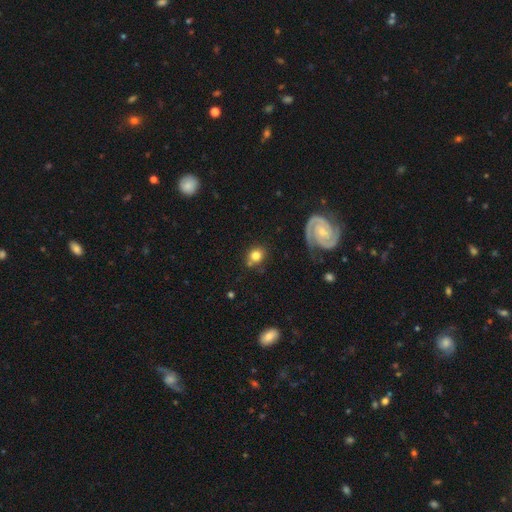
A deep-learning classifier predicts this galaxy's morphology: A smooth galaxy with no disk features (73%) that is round (73%). Merging: none (73%).